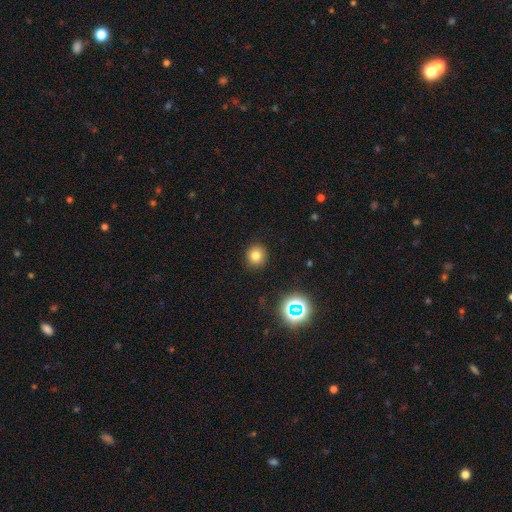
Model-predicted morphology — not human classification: The model was most divided on "smooth or featured": smooth: 77%, star or artifact: 16%, featured or disk: 8%. More confident: merging — none (91%); how rounded — round (91%).